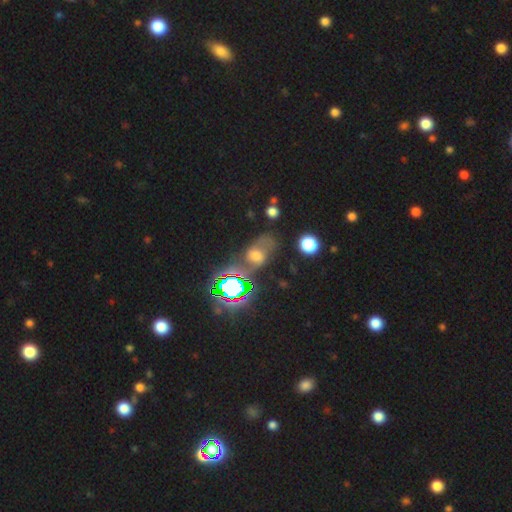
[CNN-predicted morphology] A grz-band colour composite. It shows a featured or disk galaxy (37%). Merging: none (45%).